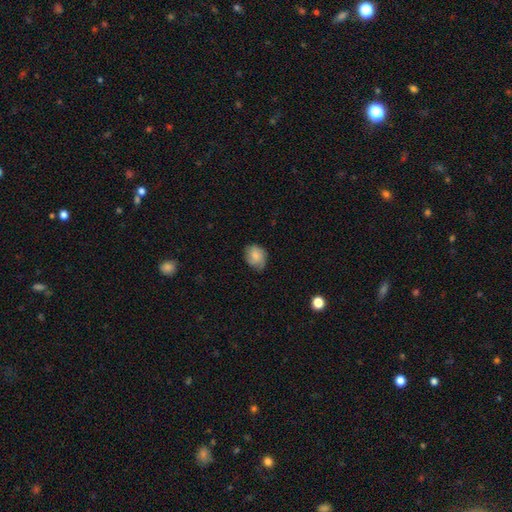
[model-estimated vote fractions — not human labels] smooth 69%, featured or disk 23%, star or artifact 8%. Down the decision tree: how rounded — round (57%); merging — none (69%).